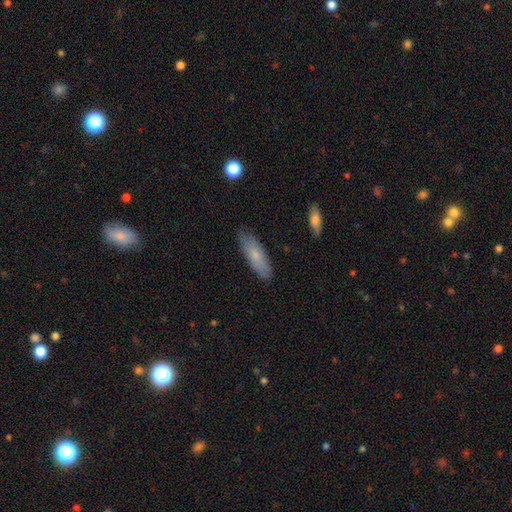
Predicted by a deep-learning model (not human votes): Overall: smooth (75%). How rounded: in between (50%; cigar-shaped 48%). Merging: none (83%).